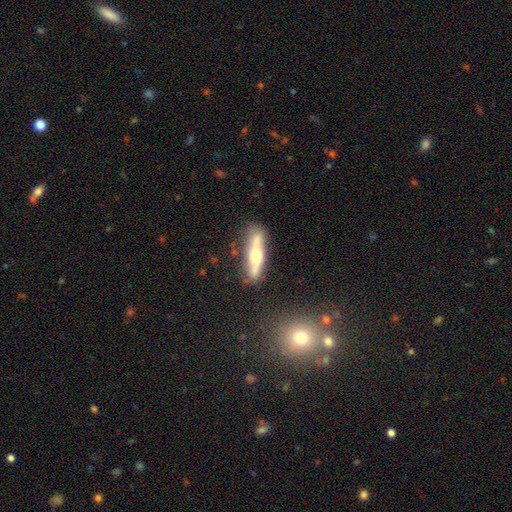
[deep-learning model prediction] smooth-or-featured: featured or disk: 51% | smooth: 42% | star or artifact: 7%
  disk-edge-on: yes: 76% | no: 24%
  merging: none: 72% | minor disturbance: 18% | merger: 5% | major disturbance: 5%